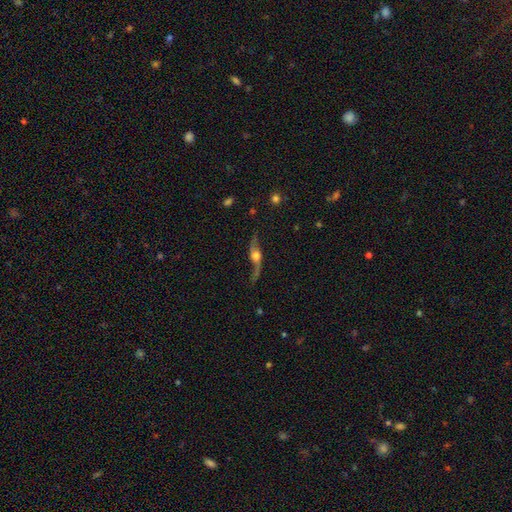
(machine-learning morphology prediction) Overall: featured or disk (82%). Edge-on disk: no (64%; yes 36%). Bar: no (70%). Spiral arms: yes (92%). Bulge size: moderate (58%; large 25%). Merging: none (66%).